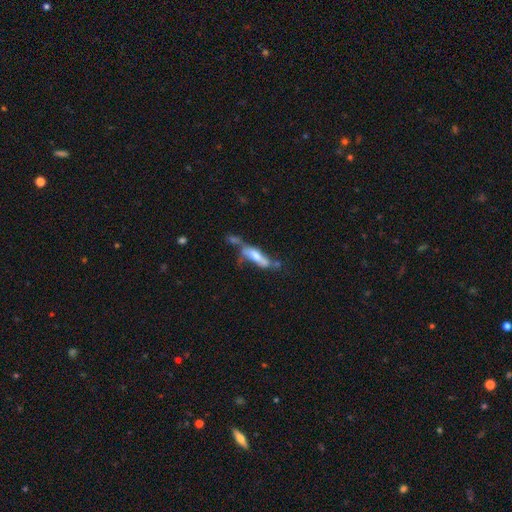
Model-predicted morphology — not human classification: smooth_or_featured: smooth (p=0.46) [alt: featured or disk p=0.45]
merging: merger (p=0.33) [alt: none p=0.28]